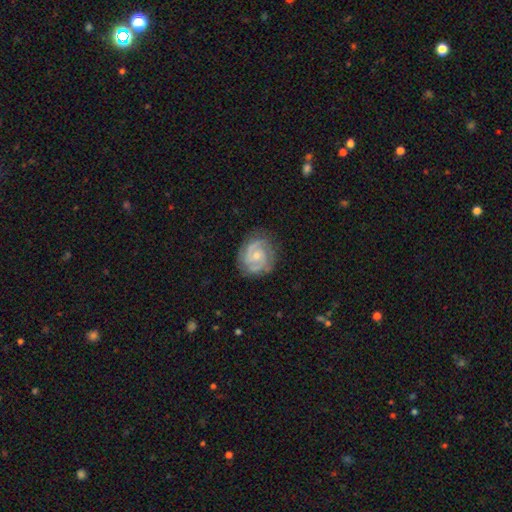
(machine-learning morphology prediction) smooth-or-featured: featured or disk: 85% | smooth: 10% | star or artifact: 5%
  disk-edge-on: no: 98% | yes: 2%
    bar: no: 63% | weak: 31% | strong: 6%
    has-spiral-arms: yes: 96% | no: 4%
      spiral-winding: tight: 60% | medium: 34% | loose: 6%
      spiral-arm-count: 2: 73% | 3: 12% | can't tell: 8% | 1: 2% | 4: 2% | more than 4: 2%
    bulge-size: small: 57% | moderate: 38% | none: 2% | large: 1% | dominant: 1%
  merging: none: 80% | minor disturbance: 14% | major disturbance: 4% | merger: 1%